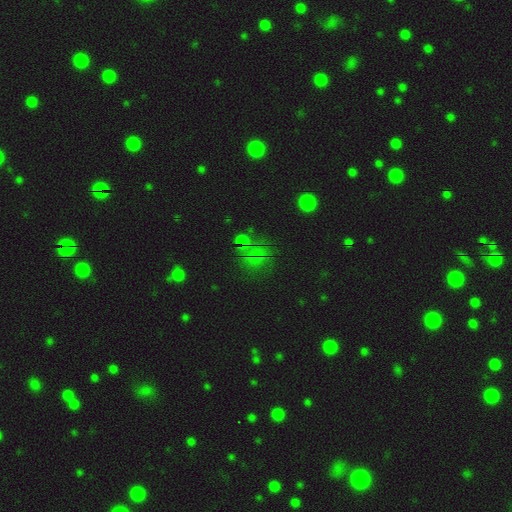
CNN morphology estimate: smooth_or_featured: star or artifact (p=0.44) [tied with: smooth p=0.44]